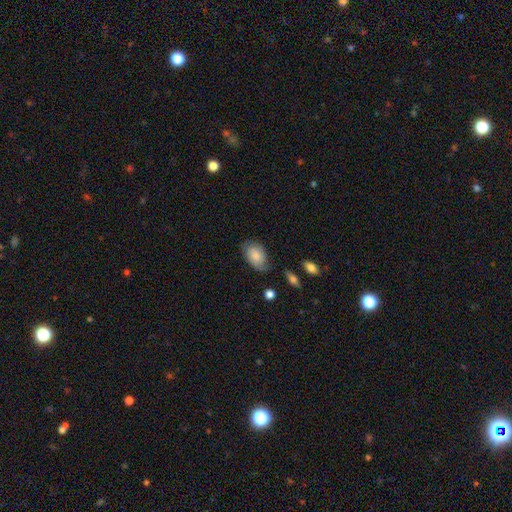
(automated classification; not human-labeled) Morphology: type=smooth (79%); roundness=in between (87%); merging=none (64%).